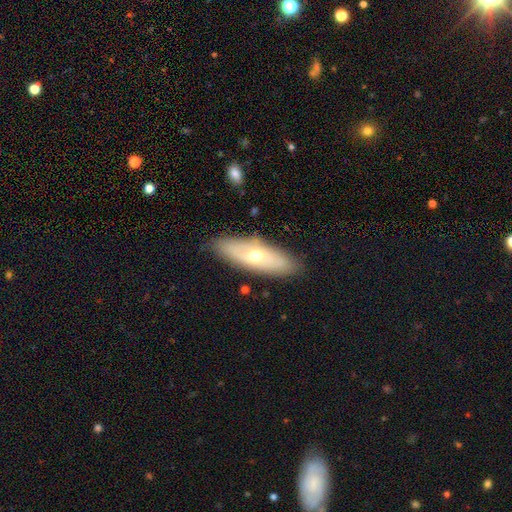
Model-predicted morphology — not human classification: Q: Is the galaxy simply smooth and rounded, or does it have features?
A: smooth — 48%.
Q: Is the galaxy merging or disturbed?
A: none — 83%.